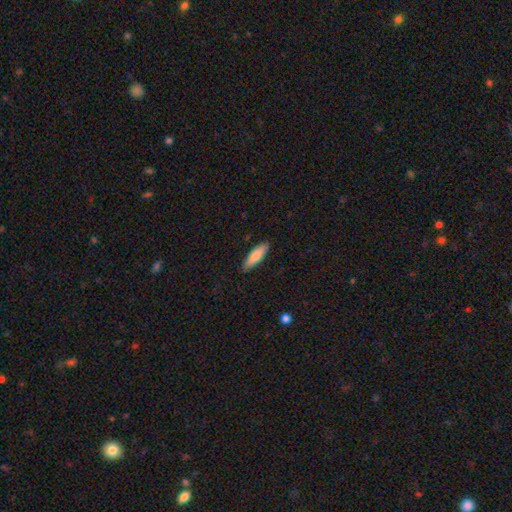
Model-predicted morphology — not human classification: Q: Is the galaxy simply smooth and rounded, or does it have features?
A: smooth — 82%.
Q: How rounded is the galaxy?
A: cigar-shaped — 55%.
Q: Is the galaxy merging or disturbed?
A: none — 89%.